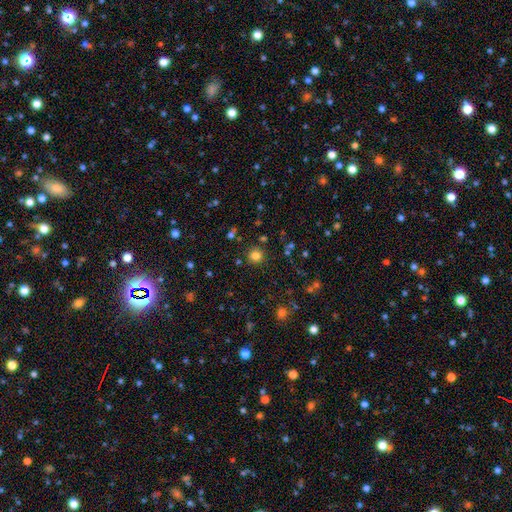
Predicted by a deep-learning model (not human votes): smooth 80%, star or artifact 15%, featured or disk 5%. Down the decision tree: how rounded — round (94%); merging — none (89%).